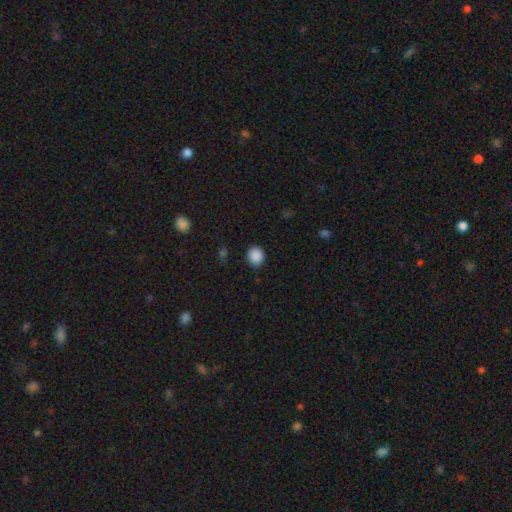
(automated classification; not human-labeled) smooth 88%, star or artifact 9%, featured or disk 3%. Down the decision tree: how rounded — round (77%); merging — none (88%).